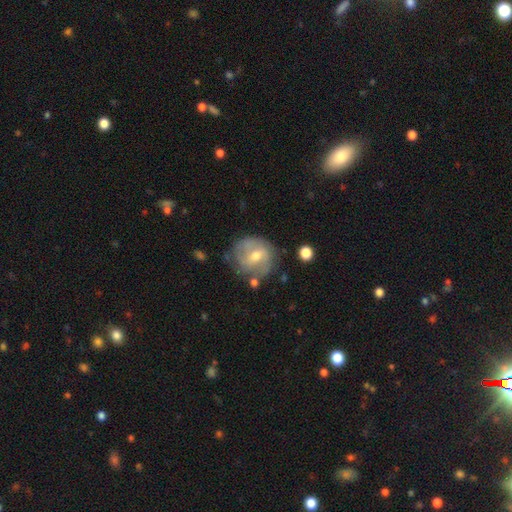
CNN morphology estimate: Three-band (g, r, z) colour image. It shows a featured or disk galaxy (66%) with a weak bar (50%), 2 (40%) tight (41%) spiral arms (79%) and a moderate central bulge (65%). Merging: none (67%).